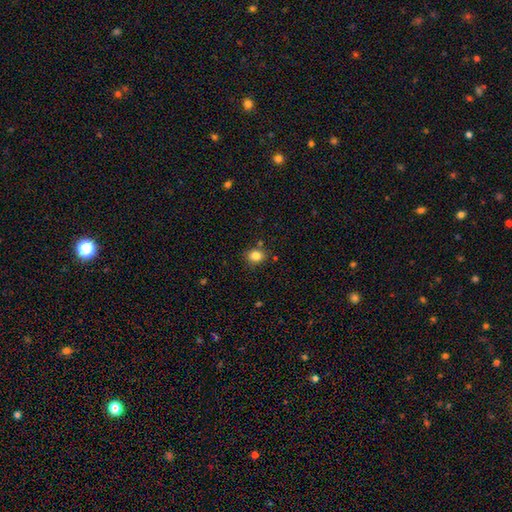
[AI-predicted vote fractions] A smooth galaxy with no disk features (84%) that is round (65%).

Vote fractions:
- Smooth or featured? smooth: 84% / star or artifact: 11% / featured or disk: 5%
- How rounded? round: 65% / in between: 34% / cigar-shaped: 1%
- Merging? none: 81% / minor disturbance: 12% / merger: 5% / major disturbance: 3%